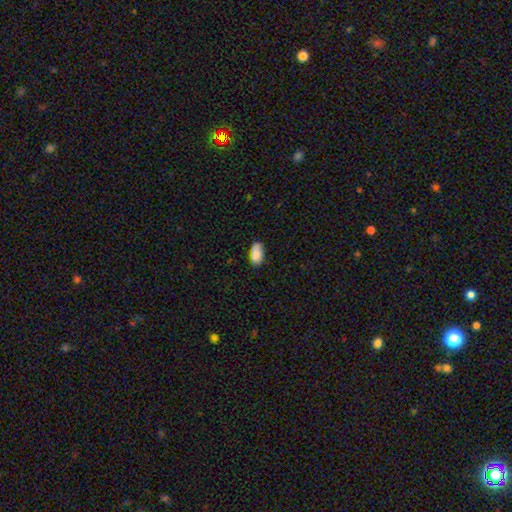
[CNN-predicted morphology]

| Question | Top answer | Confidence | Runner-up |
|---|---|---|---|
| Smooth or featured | smooth | 85% | star or artifact (9%) |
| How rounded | in between | 93% | cigar-shaped (4%) |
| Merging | none | 73% | minor disturbance (21%) |